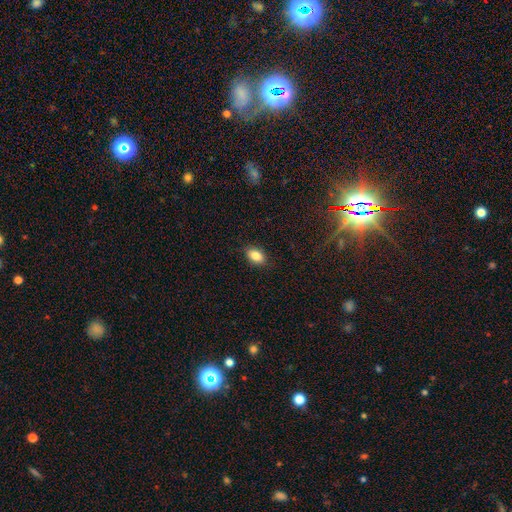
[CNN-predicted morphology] The model was most divided on "smooth or featured": smooth: 85%, star or artifact: 8%, featured or disk: 7%. More confident: how rounded — in between (88%); merging — none (87%).